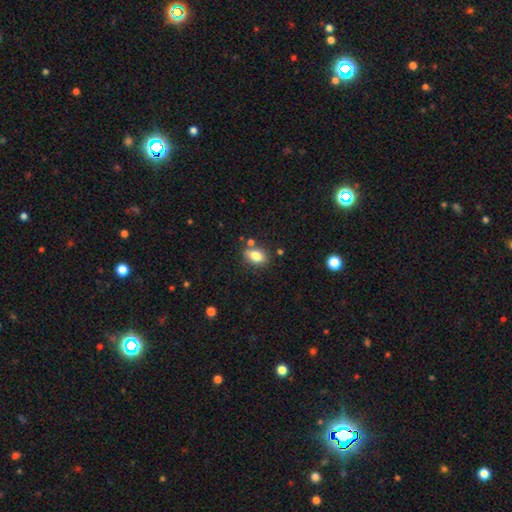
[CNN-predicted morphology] Smooth or featured?
  - smooth: 80% *
  - featured or disk: 10%
  - star or artifact: 9%
How rounded?
  - in between: 77% *
  - round: 21%
  - cigar-shaped: 2%
Merging?
  - none: 72% *
  - minor disturbance: 15%
  - merger: 10%
  - major disturbance: 3%